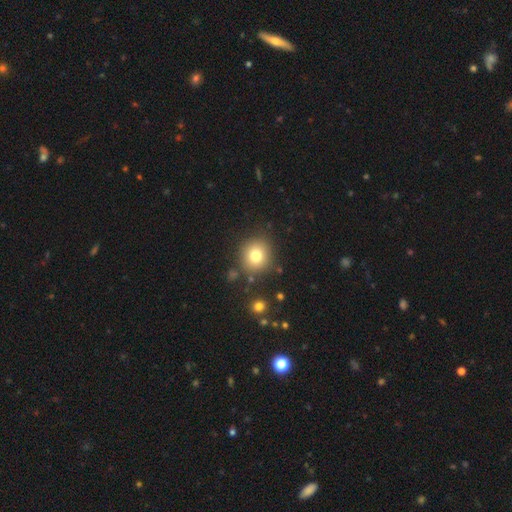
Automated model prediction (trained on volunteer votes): Smooth or featured? Predicted: smooth (p=0.76). How rounded? Predicted: round (p=0.88). Merging? Predicted: none (p=0.86).